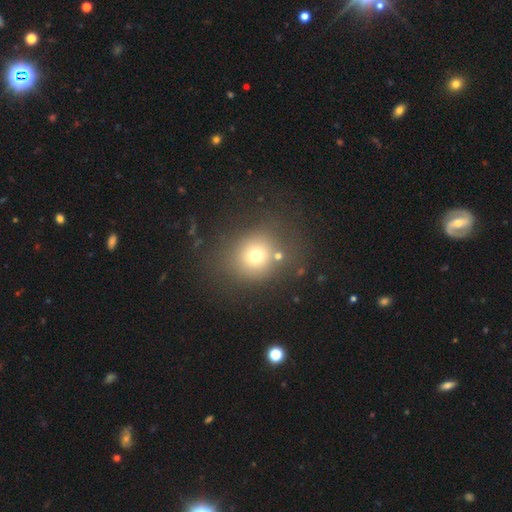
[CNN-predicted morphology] A smooth galaxy with no disk features (68%) that is round (82%). Merging: none (70%).